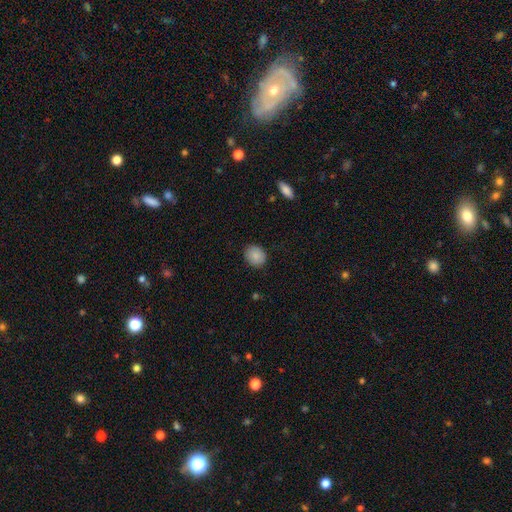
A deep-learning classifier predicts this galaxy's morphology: smooth-or-featured: smooth: 87% | star or artifact: 8% | featured or disk: 6%
  how-rounded: round: 70% | in between: 29% | cigar-shaped: 1%
  merging: none: 88% | minor disturbance: 9% | major disturbance: 2% | merger: 1%